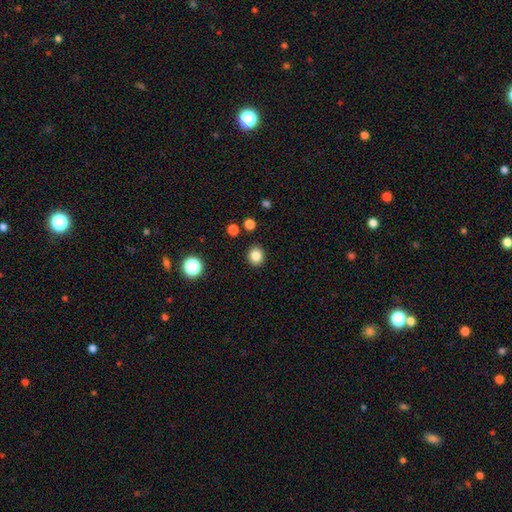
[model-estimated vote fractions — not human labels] smooth_or_featured: smooth (p=0.84) [alt: star or artifact p=0.11]
how_rounded: round (p=0.83) [alt: in between p=0.16]
merging: none (p=0.90) [alt: minor disturbance p=0.06]